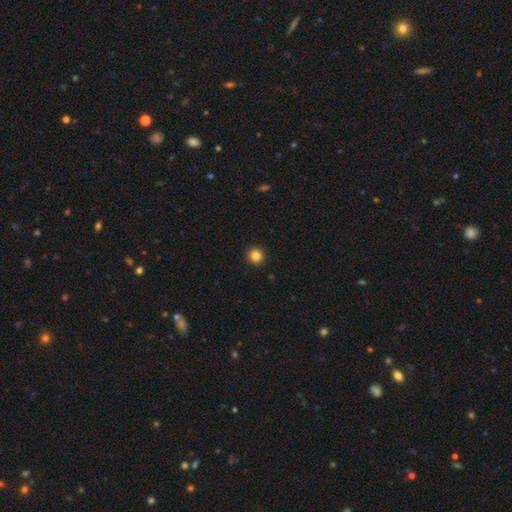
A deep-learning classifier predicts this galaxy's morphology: Smooth or featured? smooth (85%)
How rounded? round (94%)
Merging? none (93%)